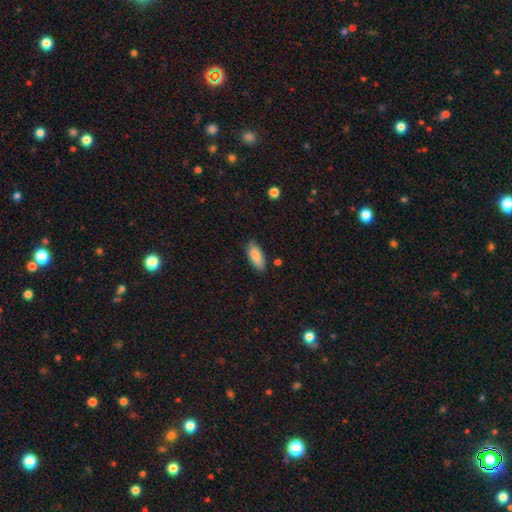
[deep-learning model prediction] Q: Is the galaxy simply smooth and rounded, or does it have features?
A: smooth — 86%.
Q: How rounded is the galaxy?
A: in between — 81%.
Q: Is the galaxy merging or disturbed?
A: none — 83%.